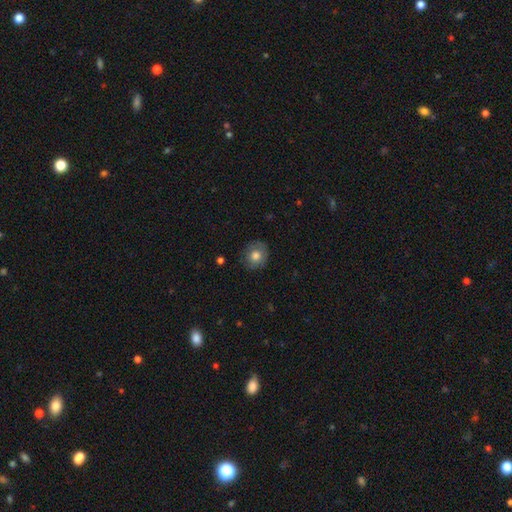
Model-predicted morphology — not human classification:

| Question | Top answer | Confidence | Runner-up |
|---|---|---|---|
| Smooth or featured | smooth | 77% | featured or disk (15%) |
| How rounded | round | 78% | in between (21%) |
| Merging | none | 82% | minor disturbance (14%) |